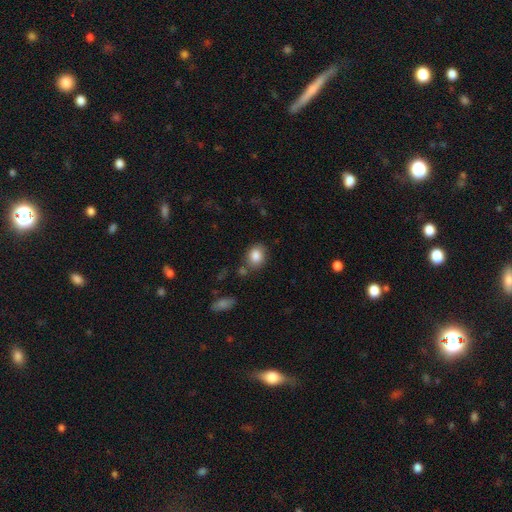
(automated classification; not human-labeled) Morphology: type=smooth (86%); roundness=round (50%); merging=none (75%).